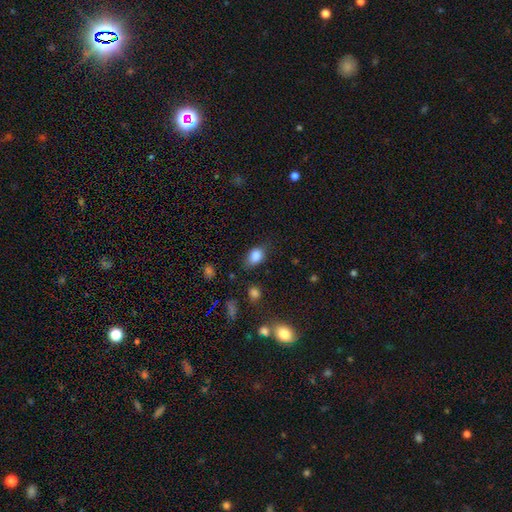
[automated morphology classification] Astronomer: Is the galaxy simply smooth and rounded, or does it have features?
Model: smooth — 84%.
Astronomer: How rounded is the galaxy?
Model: in between — 80%.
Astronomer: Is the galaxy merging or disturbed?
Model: none — 65%.